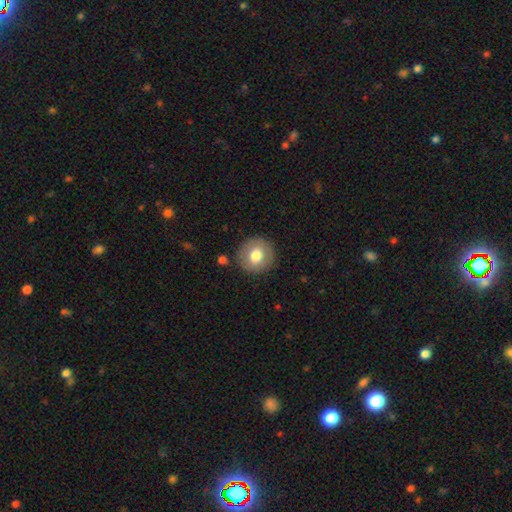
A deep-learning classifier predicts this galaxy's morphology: smooth-or-featured: smooth: 75% | featured or disk: 17% | star or artifact: 8%
  how-rounded: round: 93% | in between: 6% | cigar-shaped: 1%
  merging: none: 88% | minor disturbance: 7% | major disturbance: 2% | merger: 2%